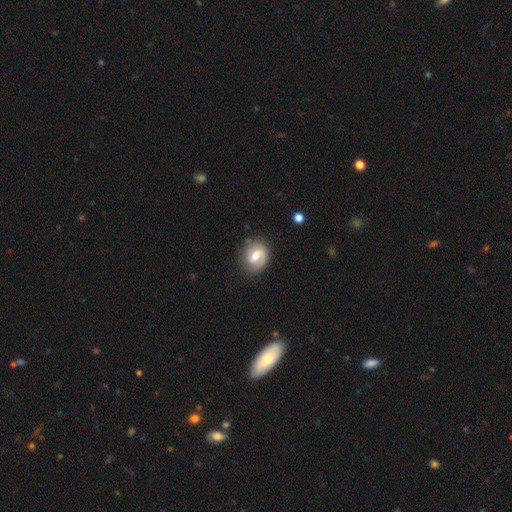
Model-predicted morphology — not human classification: smooth_or_featured: featured or disk (p=0.57) [alt: smooth p=0.35]
disk_edge_on: no (p=0.97) [alt: yes p=0.03]
bar: weak (p=0.53) [alt: strong p=0.25]
has_spiral_arms: yes (p=0.82) [alt: no p=0.18]
bulge_size: moderate (p=0.60) [alt: small p=0.19]
merging: none (p=0.75) [alt: minor disturbance p=0.17]